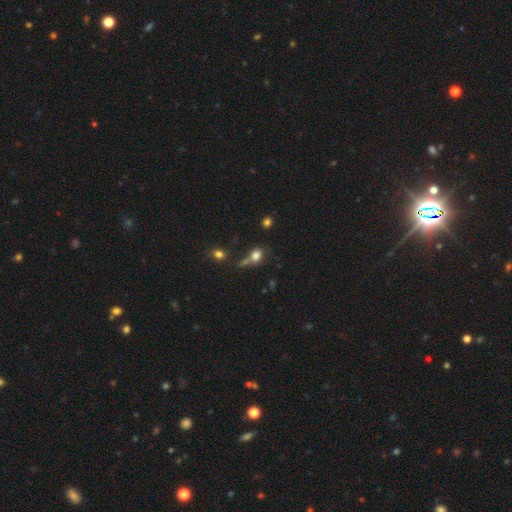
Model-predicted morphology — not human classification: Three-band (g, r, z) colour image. It shows a smooth galaxy with no disk features (77%) that is in between round and cigar-shaped (52%). Merging: none (43%).